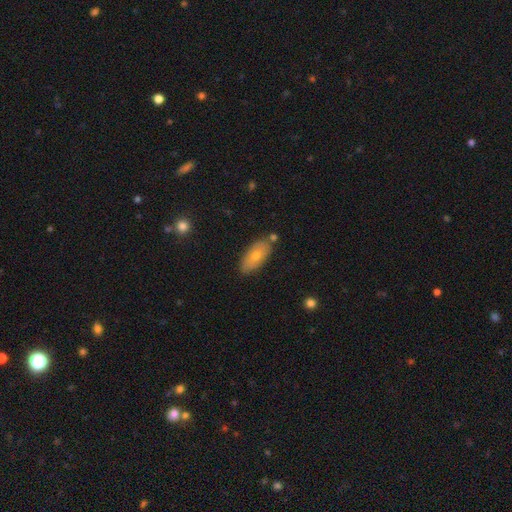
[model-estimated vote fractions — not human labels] Smooth or featured?
  - smooth: 70% *
  - featured or disk: 23%
  - star or artifact: 6%
How rounded?
  - in between: 87% *
  - cigar-shaped: 10%
  - round: 3%
Merging?
  - none: 76% *
  - minor disturbance: 15%
  - merger: 6%
  - major disturbance: 3%